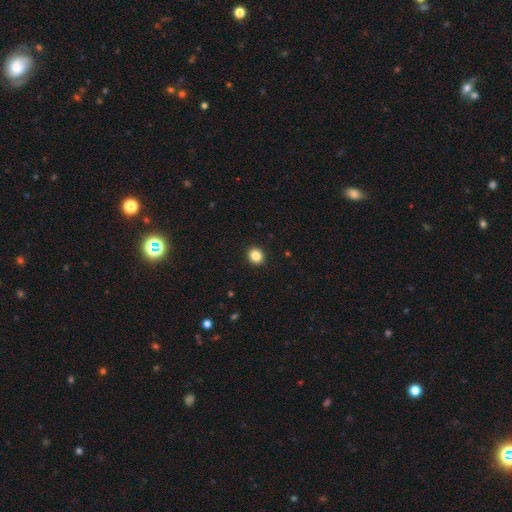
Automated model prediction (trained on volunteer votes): Q: Smooth or featured?
A: smooth (86%); runner-up: star or artifact (10%)
Q: How rounded?
A: round (67%); runner-up: in between (32%)
Q: Merging?
A: none (92%); runner-up: minor disturbance (5%)